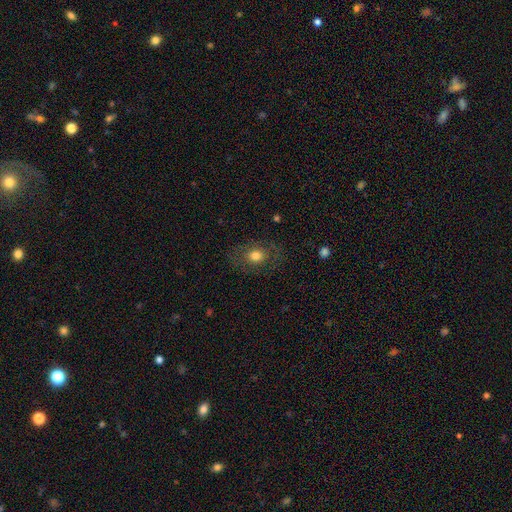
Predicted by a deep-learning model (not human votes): Q: Smooth or featured?
A: smooth (67%); runner-up: featured or disk (23%)
Q: How rounded?
A: in between (58%); runner-up: round (41%)
Q: Merging?
A: none (78%); runner-up: minor disturbance (13%)